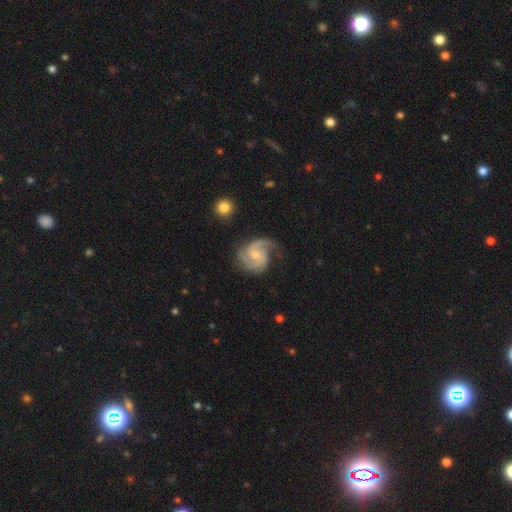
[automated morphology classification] Q: Smooth or featured?
A: featured or disk (90%); runner-up: smooth (6%)
Q: Edge-on disk?
A: no (98%); runner-up: yes (2%)
Q: Bar?
A: weak (46%); runner-up: no (45%)
Q: Spiral arms?
A: yes (98%); runner-up: no (2%)
Q: Spiral winding?
A: medium (54%); runner-up: tight (29%)
Q: Spiral arm count?
A: 2 (49%); runner-up: 3 (32%)
Q: Bulge size?
A: moderate (47%); runner-up: small (41%)
Q: Merging?
A: none (64%); runner-up: minor disturbance (21%)